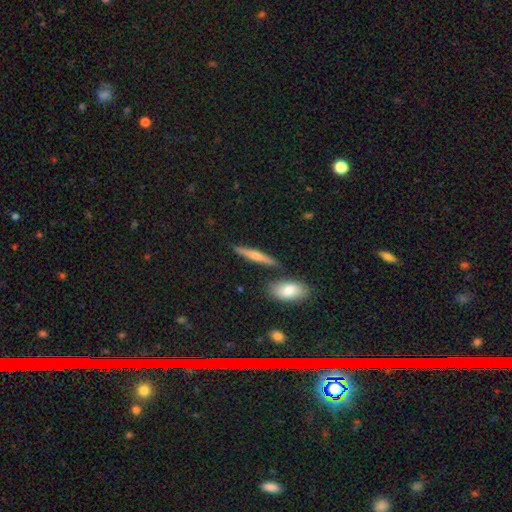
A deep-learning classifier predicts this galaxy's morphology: The model was most divided on "smooth or featured": featured or disk: 47%, smooth: 46%, star or artifact: 7%. More confident: merging — none (83%).